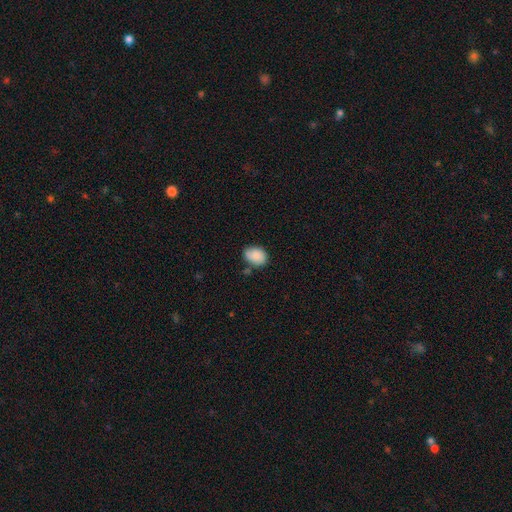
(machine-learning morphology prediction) This appears to be a smooth galaxy with no disk features (85%) that is in between round and cigar-shaped (72%). Merging: none (64%).